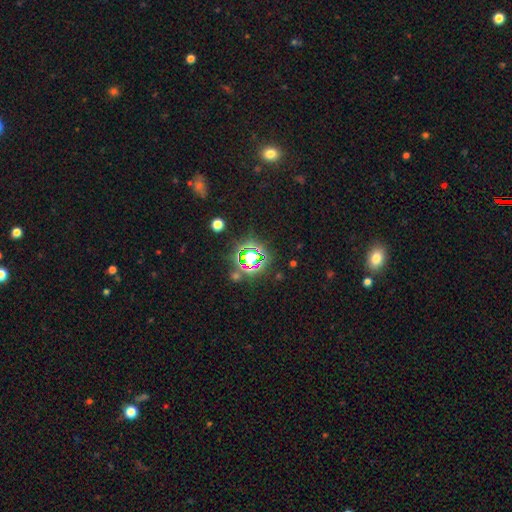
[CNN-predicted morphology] Smooth or featured? star or artifact (67%)